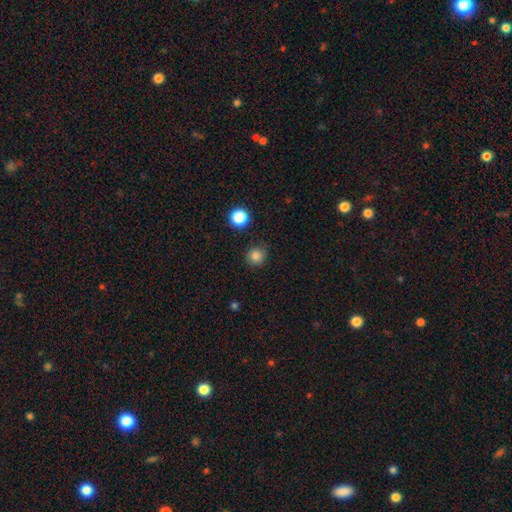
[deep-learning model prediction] Q: Smooth or featured?
A: smooth (83%); runner-up: star or artifact (13%)
Q: How rounded?
A: round (92%); runner-up: in between (7%)
Q: Merging?
A: none (86%); runner-up: minor disturbance (9%)